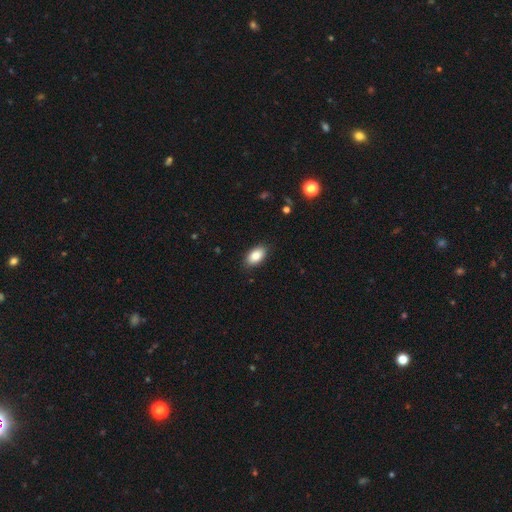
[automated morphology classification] Q: Smooth or featured?
A: smooth (86%); runner-up: star or artifact (7%)
Q: How rounded?
A: in between (93%); runner-up: round (5%)
Q: Merging?
A: none (88%); runner-up: minor disturbance (9%)